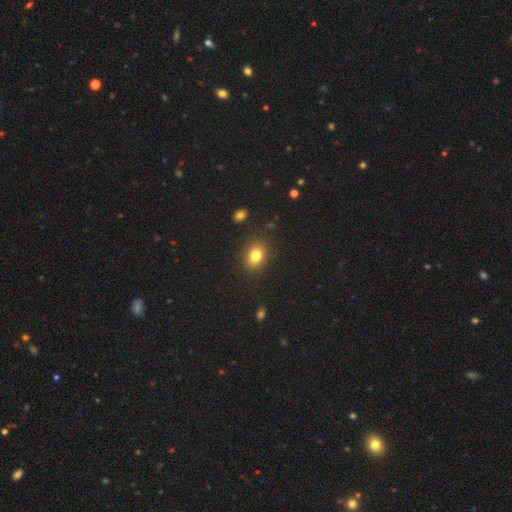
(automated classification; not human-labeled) Smooth or featured? Predicted: smooth (p=0.81). How rounded? Predicted: in between (p=0.53). Merging? Predicted: none (p=0.87).